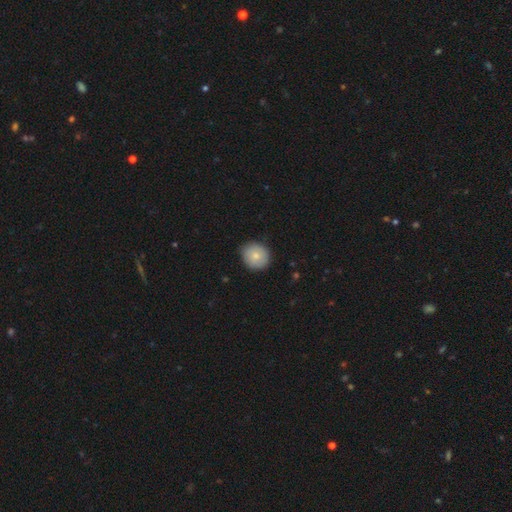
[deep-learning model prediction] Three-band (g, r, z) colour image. It shows a smooth galaxy with no disk features (80%) that is round (83%). Merging: none (83%).